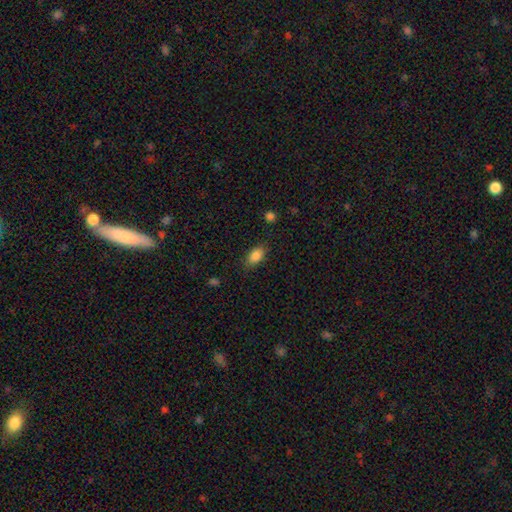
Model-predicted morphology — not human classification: Overall: smooth (86%). How rounded: in between (88%). Merging: none (80%).